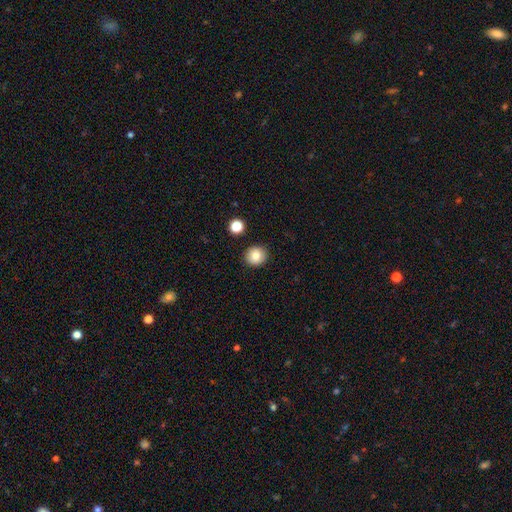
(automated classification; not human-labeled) This appears to be a smooth galaxy with no disk features (82%) that is round (92%). Merging: none (91%).